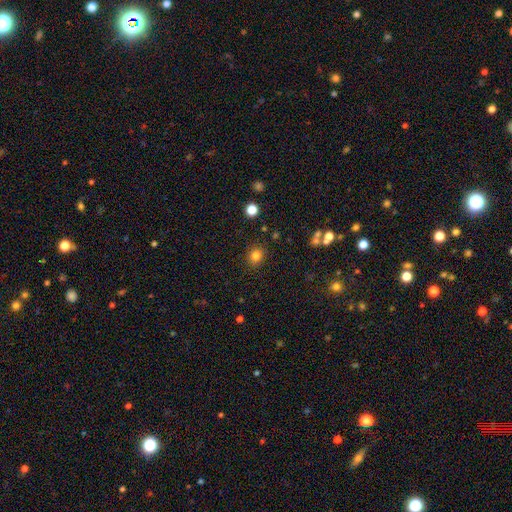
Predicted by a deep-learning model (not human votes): Overall: smooth (81%). How rounded: round (71%). Merging: none (87%).